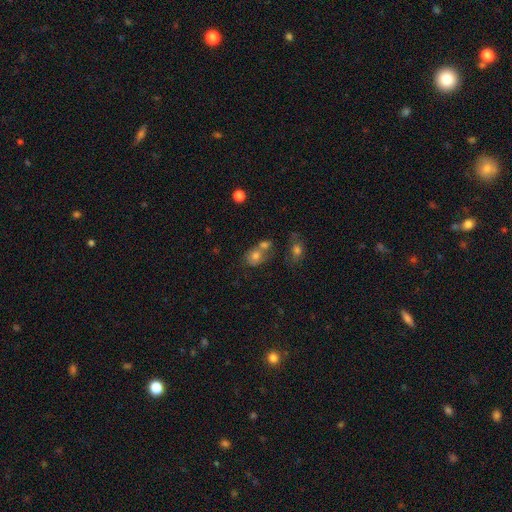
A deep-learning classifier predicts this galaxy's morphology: smooth-or-featured: smooth: 69% | featured or disk: 18% | star or artifact: 13%
  how-rounded: in between: 55% | round: 44% | cigar-shaped: 1%
  merging: merger: 47% | none: 35% | minor disturbance: 12% | major disturbance: 6%